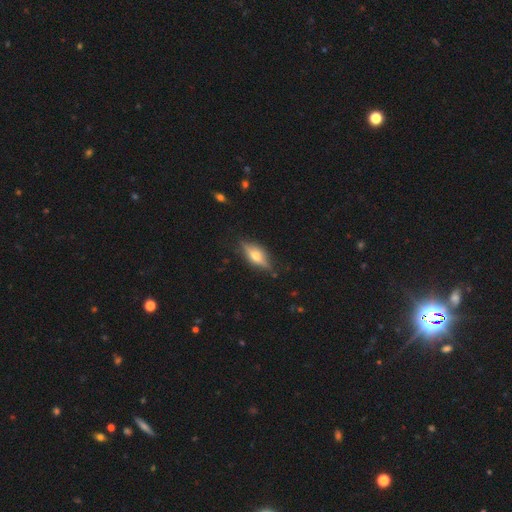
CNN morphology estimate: type=featured or disk (62%); edge-on=yes (91%); edge-on bulge=rounded (93%); merging=none (82%).